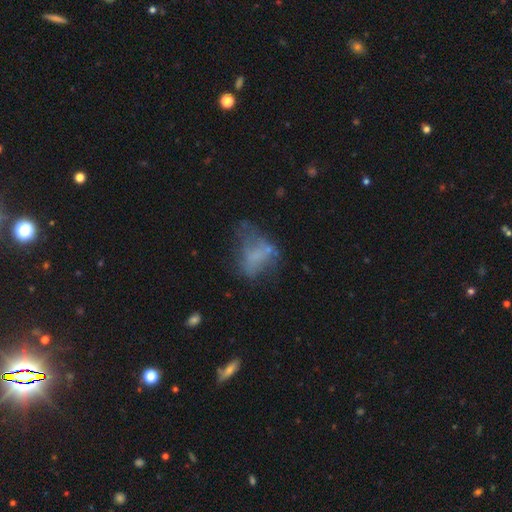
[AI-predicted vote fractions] A smooth galaxy with no disk features (46%). Merging: major disturbance (35%).